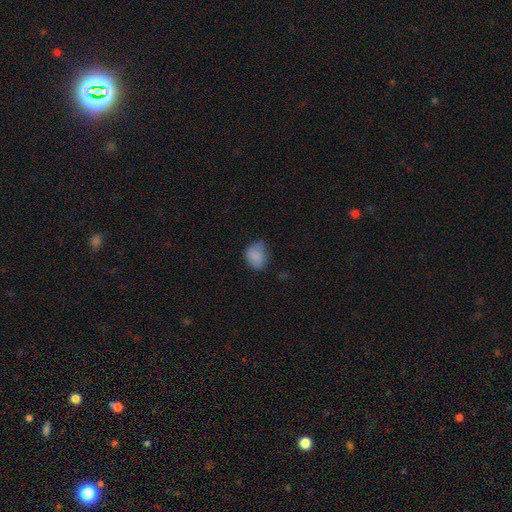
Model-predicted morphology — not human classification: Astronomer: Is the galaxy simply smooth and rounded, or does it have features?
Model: smooth — 83%.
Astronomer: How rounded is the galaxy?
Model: in between — 59% (runner-up: round, 40%).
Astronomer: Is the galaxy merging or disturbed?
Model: none — 49% (runner-up: minor disturbance, 39%).